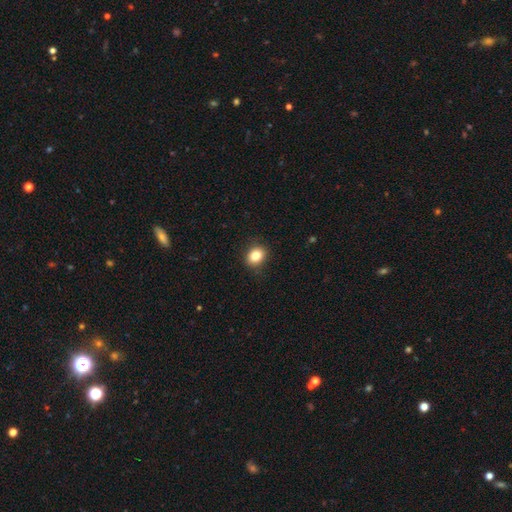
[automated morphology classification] Smooth or featured: smooth — 85% (star or artifact — 10%)
How rounded: round — 50% (in between — 49%)
Merging: none — 87% (minor disturbance — 10%)